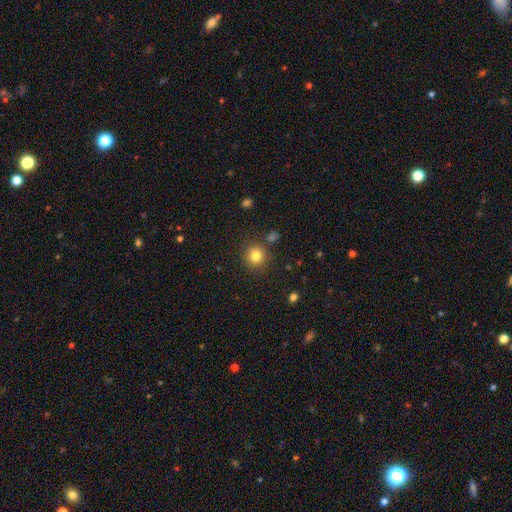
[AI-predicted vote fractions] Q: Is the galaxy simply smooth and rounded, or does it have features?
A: smooth — 82%.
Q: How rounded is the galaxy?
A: round — 91%.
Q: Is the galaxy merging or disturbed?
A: none — 84%.